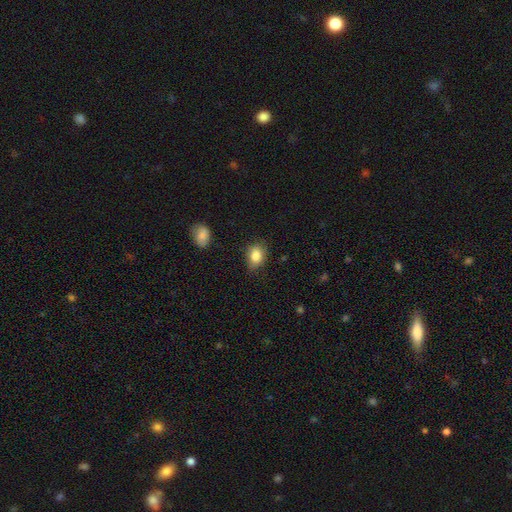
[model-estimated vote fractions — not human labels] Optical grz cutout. It shows a smooth galaxy with no disk features (85%) that is in between round and cigar-shaped (61%). Merging: none (72%).